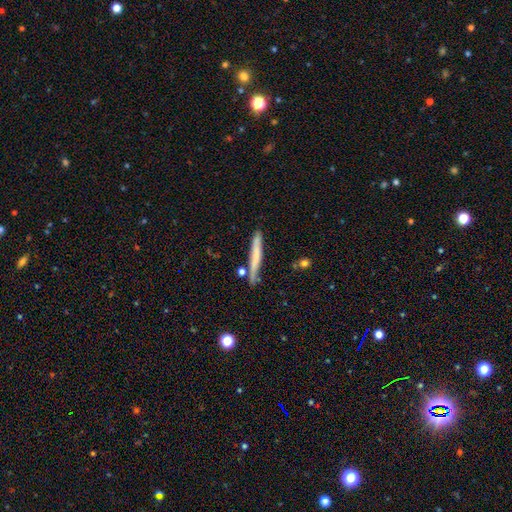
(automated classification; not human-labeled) smooth_or_featured: smooth (p=0.59) [alt: featured or disk p=0.35]
how_rounded: cigar-shaped (p=0.96) [alt: in between p=0.03]
merging: none (p=0.79) [alt: minor disturbance p=0.13]